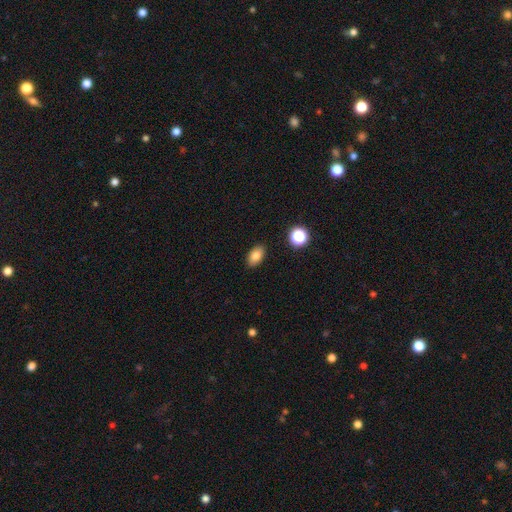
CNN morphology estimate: Smooth or featured? Predicted: smooth (p=0.83). How rounded? Predicted: in between (p=0.89). Merging? Predicted: none (p=0.88).